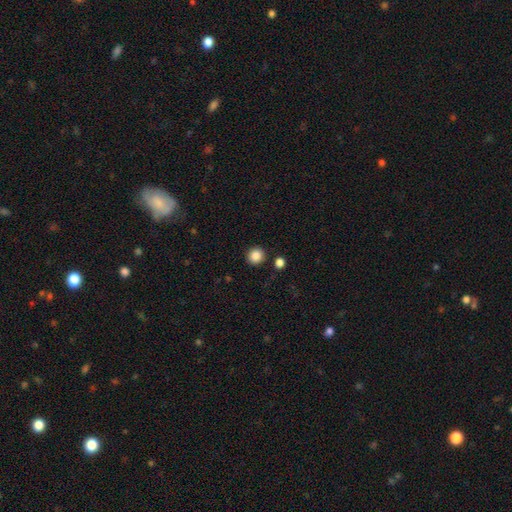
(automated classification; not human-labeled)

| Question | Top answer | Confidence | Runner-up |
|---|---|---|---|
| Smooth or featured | smooth | 87% | star or artifact (10%) |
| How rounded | round | 93% | in between (6%) |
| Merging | none | 89% | minor disturbance (6%) |